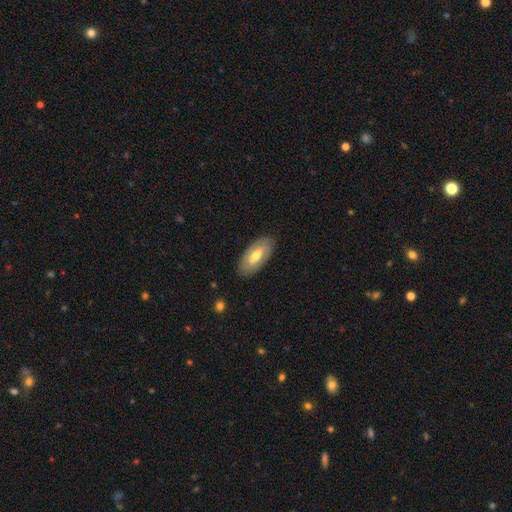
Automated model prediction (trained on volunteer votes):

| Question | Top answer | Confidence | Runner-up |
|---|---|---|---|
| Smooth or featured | smooth | 57% | featured or disk (37%) |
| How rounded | in between | 89% | cigar-shaped (9%) |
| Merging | none | 86% | minor disturbance (10%) |